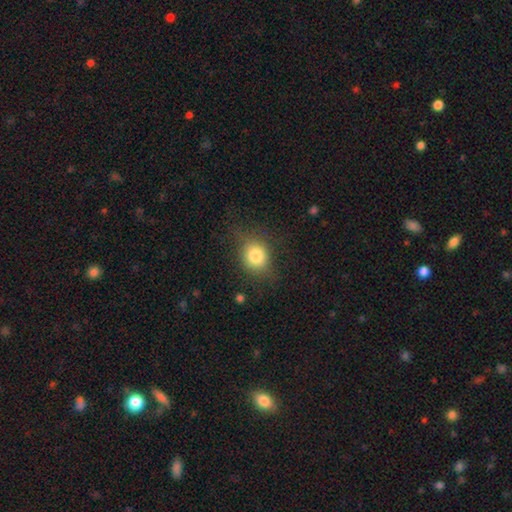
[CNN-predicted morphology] type=smooth (80%); roundness=round (72%); merging=none (73%).